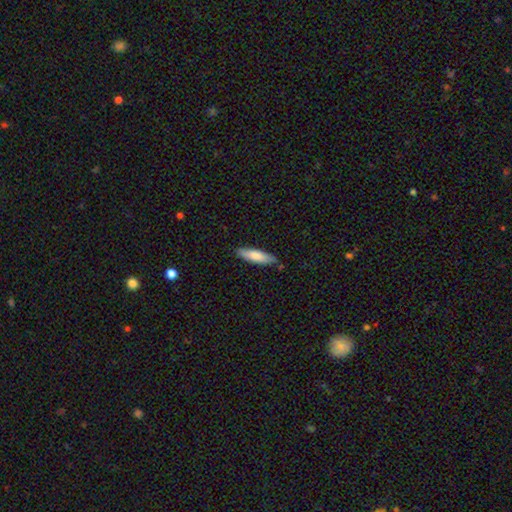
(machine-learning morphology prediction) smooth 77%, featured or disk 17%, star or artifact 5%. Down the decision tree: how rounded — cigar-shaped (64%); merging — none (83%).